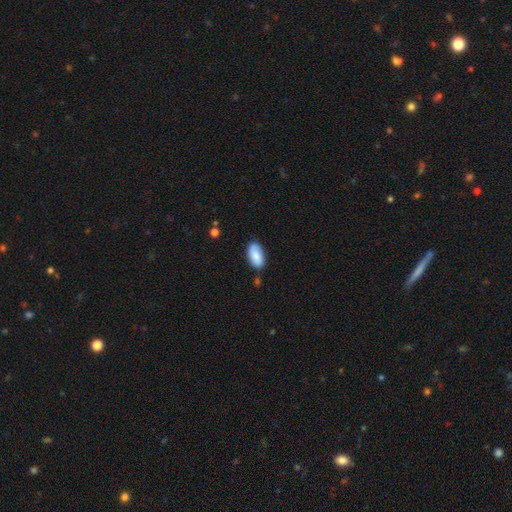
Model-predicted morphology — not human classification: A smooth galaxy with no disk features (84%) that is in between round and cigar-shaped (94%).

Vote fractions:
- Smooth or featured? smooth: 84% / featured or disk: 10% / star or artifact: 7%
- How rounded? in between: 94% / cigar-shaped: 3% / round: 3%
- Merging? none: 76% / minor disturbance: 18% / merger: 3% / major disturbance: 3%